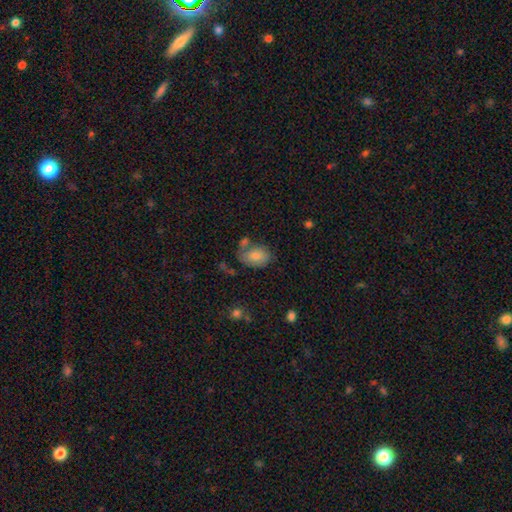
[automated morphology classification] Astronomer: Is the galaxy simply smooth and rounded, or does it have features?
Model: smooth — 74%.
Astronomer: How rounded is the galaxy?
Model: in between — 82%.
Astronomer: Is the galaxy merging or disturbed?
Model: none — 55%.